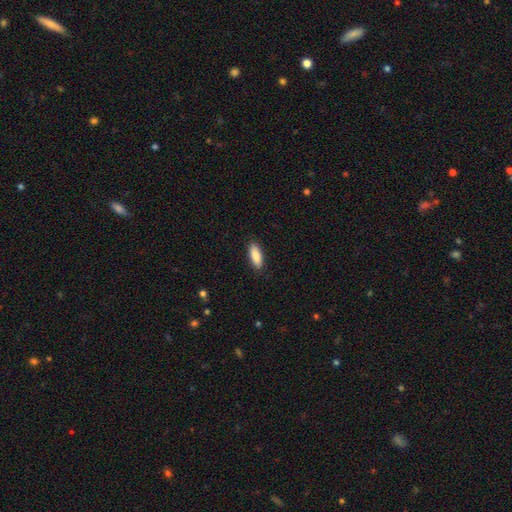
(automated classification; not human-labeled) This is clearly a smooth galaxy (88%). How rounded: likely in between (73%). Merging: clearly none (89%).